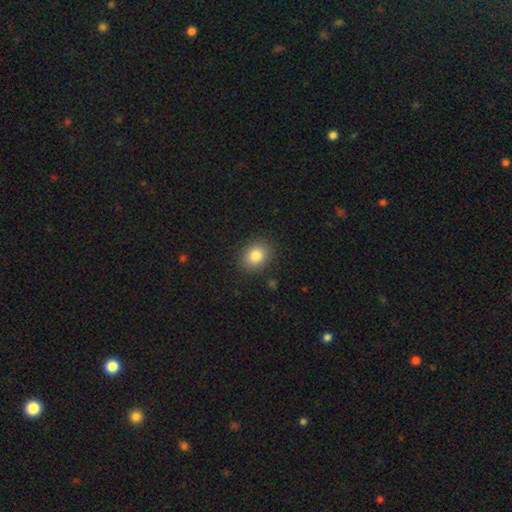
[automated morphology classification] Smooth or featured? Predicted: smooth (p=0.84). How rounded? Predicted: round (p=0.53). Merging? Predicted: none (p=0.88).